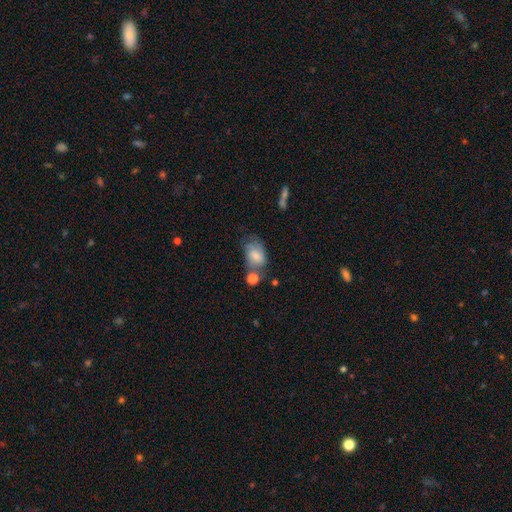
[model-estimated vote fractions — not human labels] A smooth galaxy with no disk features (63%) that is in between round and cigar-shaped (82%).

Vote fractions:
- Smooth or featured? smooth: 63% / featured or disk: 28% / star or artifact: 9%
- How rounded? in between: 82% / round: 16% / cigar-shaped: 2%
- Merging? none: 39% / minor disturbance: 27% / major disturbance: 17% / merger: 17%